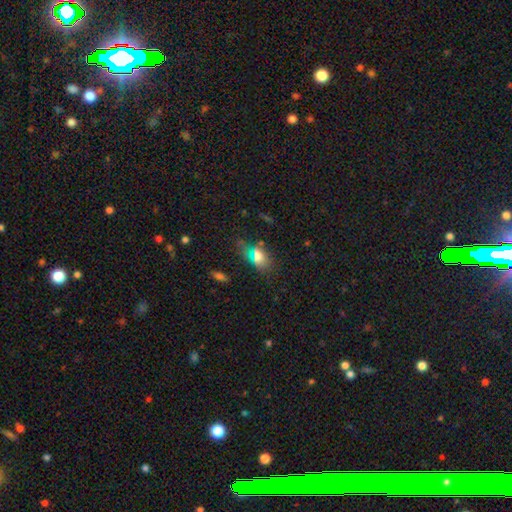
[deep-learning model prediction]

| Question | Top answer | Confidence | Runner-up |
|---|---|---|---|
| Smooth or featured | smooth | 69% | star or artifact (20%) |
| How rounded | in between | 84% | round (11%) |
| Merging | none | 71% | minor disturbance (18%) |